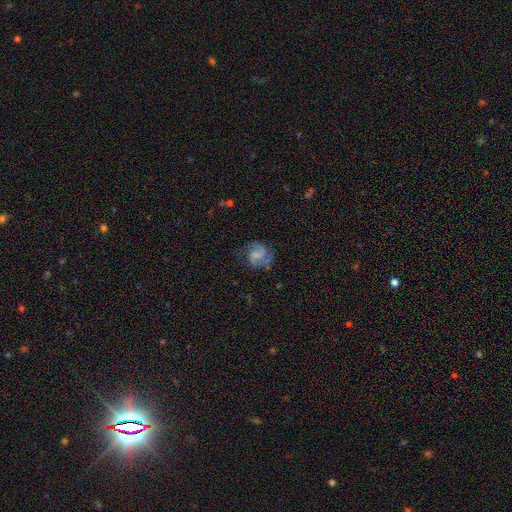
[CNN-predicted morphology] A featured or disk galaxy (76%) with a weak bar (50%), 2 (84%) medium (52%) spiral arms (94%) and a small central bulge (43%). Merging: none (73%).